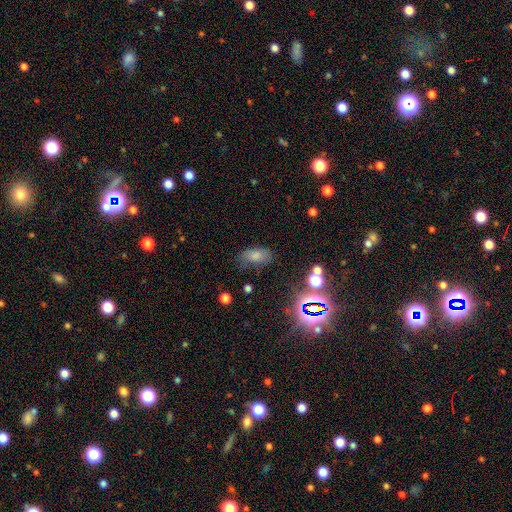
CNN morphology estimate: smooth 73%, star or artifact 16%, featured or disk 12%. Down the decision tree: how rounded — in between (90%); merging — none (62%).